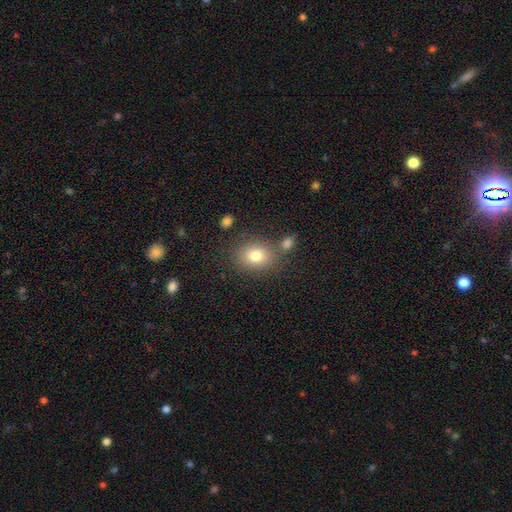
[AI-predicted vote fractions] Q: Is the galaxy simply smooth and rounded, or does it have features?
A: smooth — 78%.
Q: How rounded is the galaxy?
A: round — 54%.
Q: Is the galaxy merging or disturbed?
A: none — 74%.